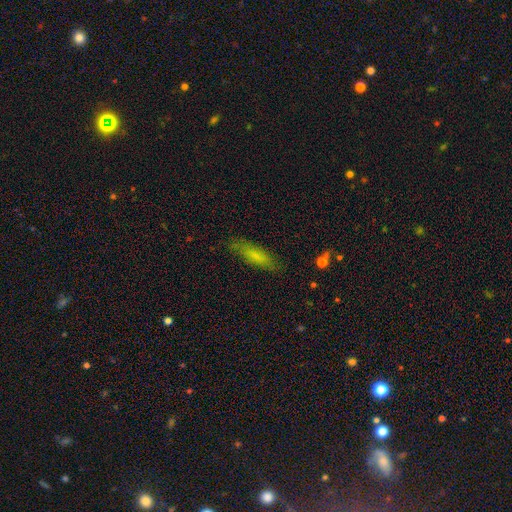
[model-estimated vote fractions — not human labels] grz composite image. It shows a smooth galaxy with no disk features (69%) that is cigar-shaped (67%). Merging: none (80%).